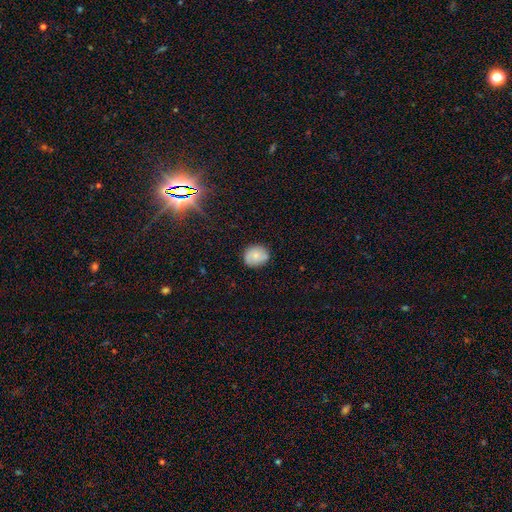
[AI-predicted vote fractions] A smooth galaxy with no disk features (70%) that is round (60%).

Vote fractions:
- Smooth or featured? smooth: 70% / featured or disk: 21% / star or artifact: 9%
- How rounded? round: 60% / in between: 39% / cigar-shaped: 1%
- Merging? none: 77% / minor disturbance: 19% / major disturbance: 3% / merger: 1%